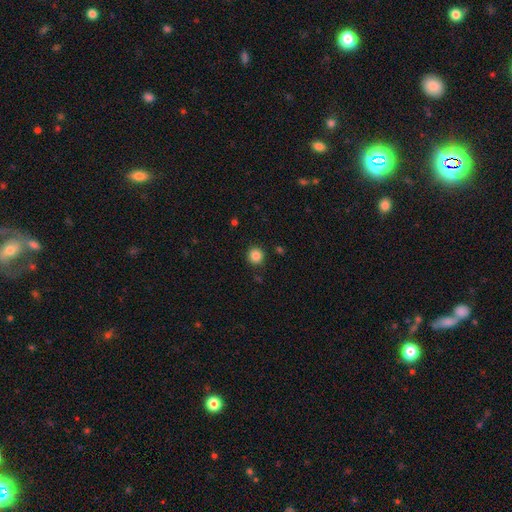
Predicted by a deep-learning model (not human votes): Smooth or featured? Predicted: smooth (p=0.85). How rounded? Predicted: round (p=0.93). Merging? Predicted: none (p=0.89).